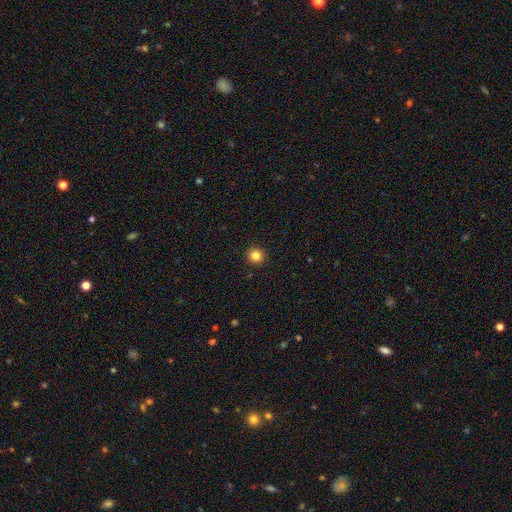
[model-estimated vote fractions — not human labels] Smooth or featured? Predicted: smooth (p=0.84). How rounded? Predicted: round (p=0.93). Merging? Predicted: none (p=0.93).